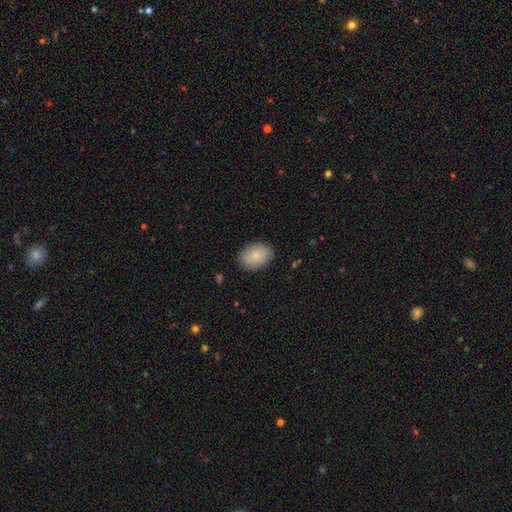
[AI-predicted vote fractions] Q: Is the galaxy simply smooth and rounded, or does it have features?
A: smooth — 83%.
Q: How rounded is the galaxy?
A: in between — 75%.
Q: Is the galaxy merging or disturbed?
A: none — 87%.